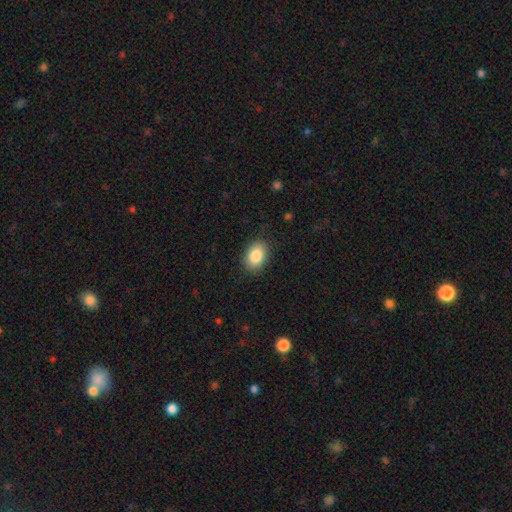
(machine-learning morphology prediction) The model was most divided on "how rounded": in between: 82%, round: 17%, cigar-shaped: 1%. More confident: smooth or featured — smooth (86%); merging — none (86%).